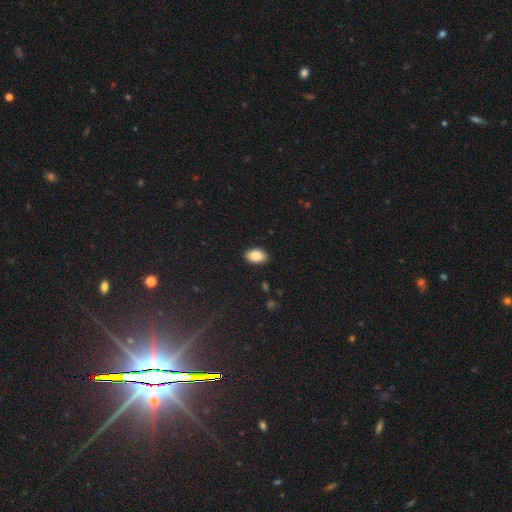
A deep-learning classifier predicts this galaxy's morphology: A smooth galaxy with no disk features (88%) that is in between round and cigar-shaped (89%).

Vote fractions:
- Smooth or featured? smooth: 88% / star or artifact: 7% / featured or disk: 5%
- How rounded? in between: 89% / round: 9% / cigar-shaped: 1%
- Merging? none: 88% / minor disturbance: 9% / major disturbance: 2% / merger: 1%